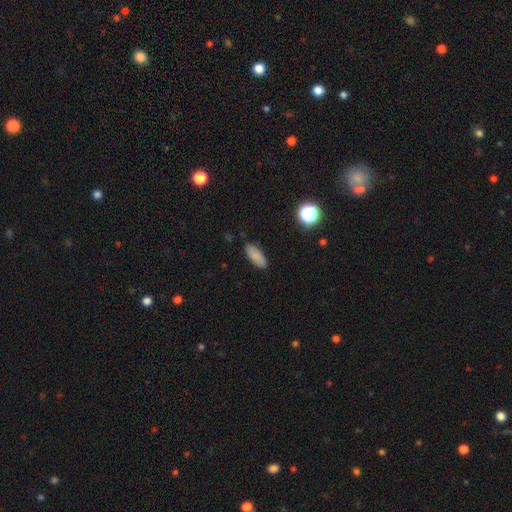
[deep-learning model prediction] This is clearly a smooth galaxy (84%). How rounded: likely in between (78%). Merging: clearly none (86%).